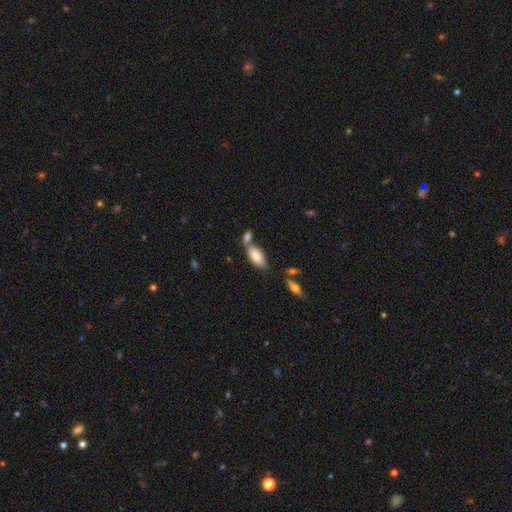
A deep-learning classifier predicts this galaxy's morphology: smooth-or-featured: smooth: 78% | featured or disk: 15% | star or artifact: 7%
  how-rounded: in between: 85% | cigar-shaped: 13% | round: 2%
  merging: none: 55% | merger: 28% | minor disturbance: 14% | major disturbance: 4%